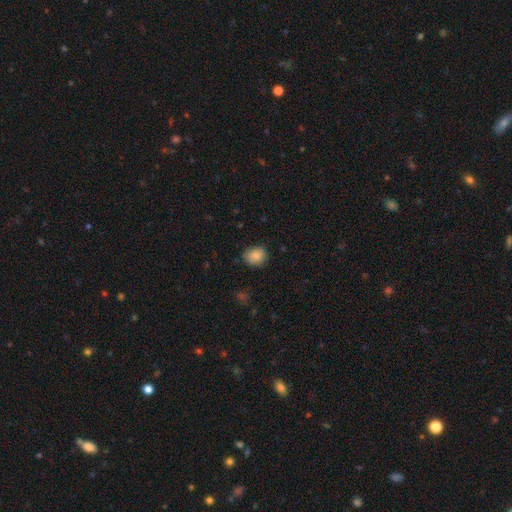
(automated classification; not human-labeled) smooth_or_featured: smooth (p=0.87) [alt: star or artifact p=0.08]
how_rounded: round (p=0.63) [alt: in between p=0.36]
merging: none (p=0.80) [alt: minor disturbance p=0.16]